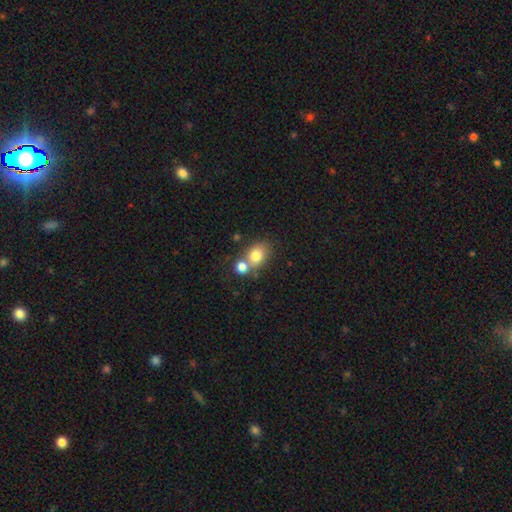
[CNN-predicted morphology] A smooth galaxy with no disk features (78%) that is round (50%). Merging: none (44%).